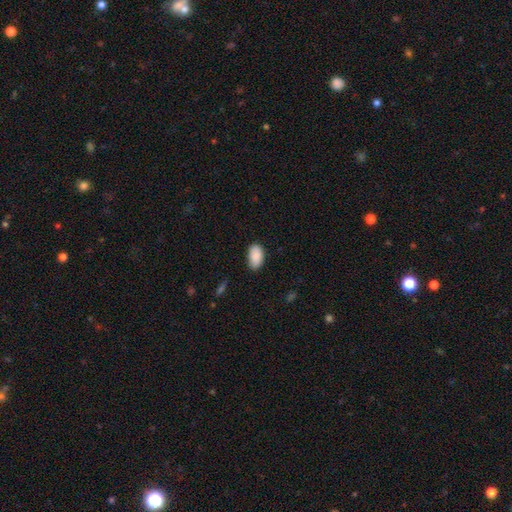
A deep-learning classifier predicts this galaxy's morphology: smooth_or_featured: smooth (p=0.90) [alt: star or artifact p=0.07]
how_rounded: in between (p=0.94) [alt: round p=0.04]
merging: none (p=0.81) [alt: minor disturbance p=0.15]